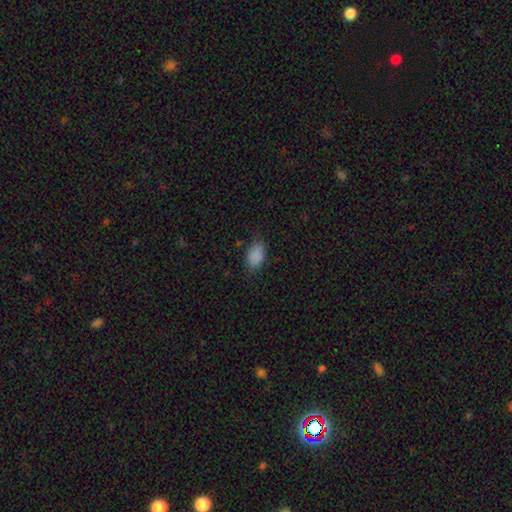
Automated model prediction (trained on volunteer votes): A smooth galaxy with no disk features (87%) that is in between round and cigar-shaped (90%).

Vote fractions:
- Smooth or featured? smooth: 87% / star or artifact: 9% / featured or disk: 4%
- How rounded? in between: 90% / round: 8% / cigar-shaped: 2%
- Merging? none: 71% / minor disturbance: 23% / major disturbance: 5% / merger: 1%